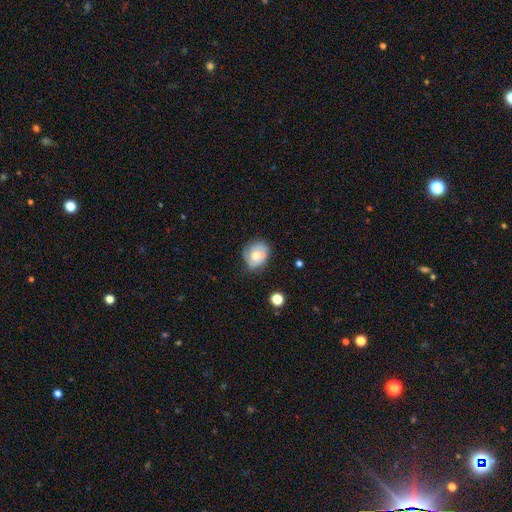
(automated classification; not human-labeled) This is possibly a featured or disk galaxy (47%). Merging: possibly none (50%).